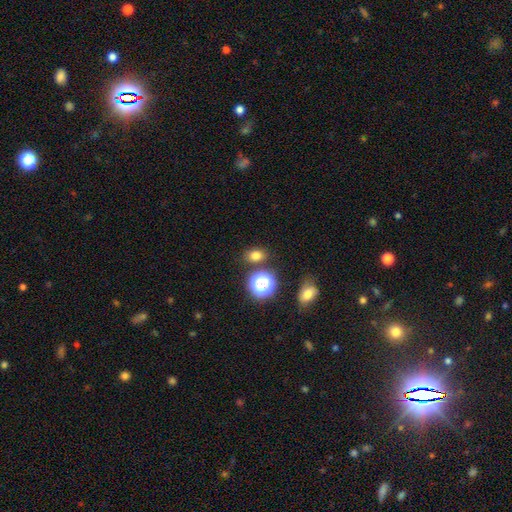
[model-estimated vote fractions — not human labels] A smooth galaxy with no disk features (74%) that is in between round and cigar-shaped (60%). Merging: none (80%).